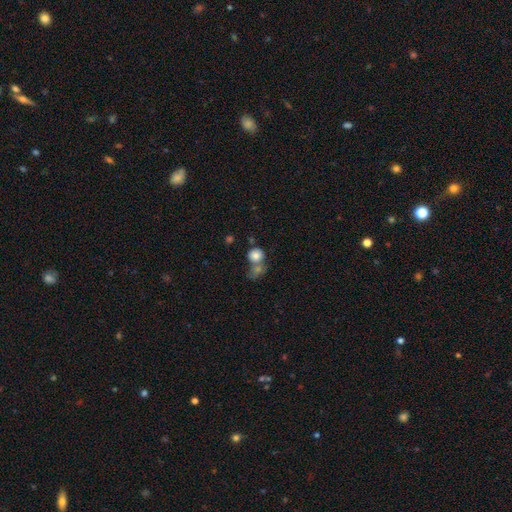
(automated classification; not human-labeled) smooth_or_featured: smooth (p=0.80) [alt: featured or disk p=0.11]
how_rounded: round (p=0.82) [alt: in between p=0.17]
merging: merger (p=0.45) [alt: none p=0.37]